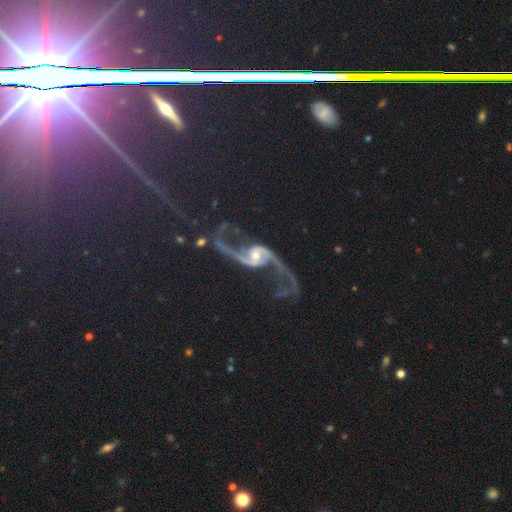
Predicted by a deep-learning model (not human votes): A featured or disk galaxy (90%) with no bar (49%), 2 (94%) loose (85%) spiral arms (97%) and a moderate central bulge (52%).

Vote fractions:
- Smooth or featured? featured or disk: 90% / star or artifact: 6% / smooth: 3%
- Edge-on disk? no: 96% / yes: 4%
- Bar? no: 49% / weak: 32% / strong: 19%
- Spiral arms? yes: 97% / no: 3%
- Spiral winding? loose: 85% / medium: 11% / tight: 4%
- Spiral arm count? 2: 94% / 1: 2% / can't tell: 1% / 3: 1% / 4: 1% / more than 4: 1%
- Bulge size? moderate: 52% / small: 41% / large: 4% / none: 2% / dominant: 2%
- Merging? none: 59% / major disturbance: 21% / minor disturbance: 15% / merger: 5%